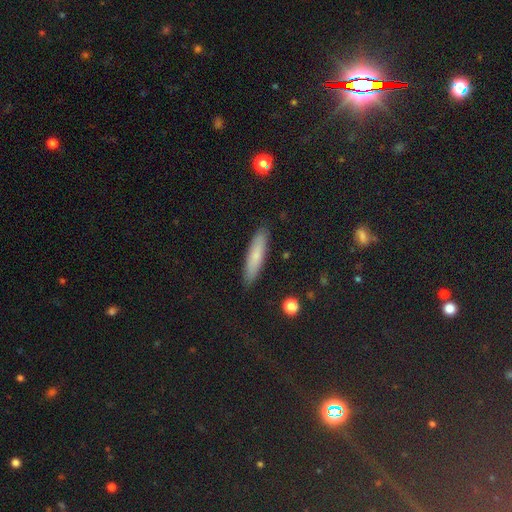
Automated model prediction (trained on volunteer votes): A smooth galaxy with no disk features (72%) that is cigar-shaped (79%). Merging: none (90%).